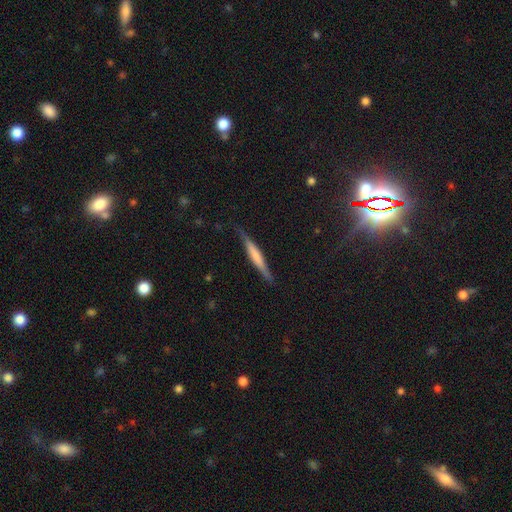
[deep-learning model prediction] smooth_or_featured: featured or disk (p=0.49) [alt: smooth p=0.45]
merging: none (p=0.78) [alt: minor disturbance p=0.17]